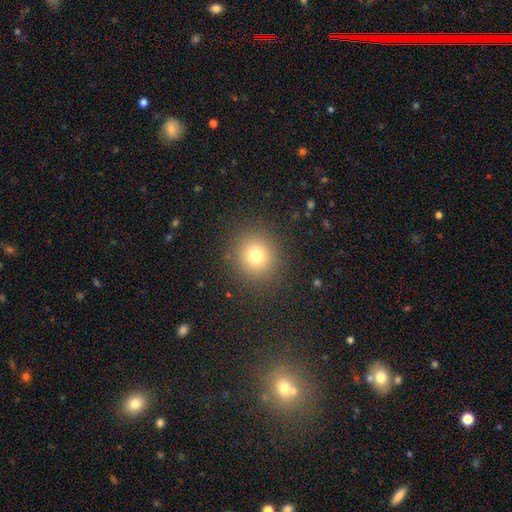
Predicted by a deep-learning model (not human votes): Morphology: type=smooth (77%); roundness=round (88%); merging=none (89%).